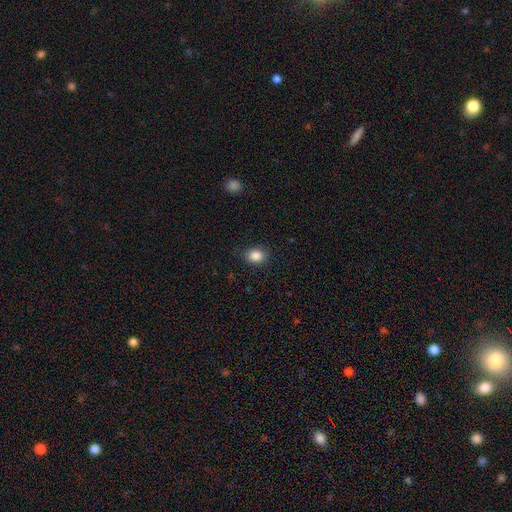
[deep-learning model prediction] smooth_or_featured: smooth (p=0.86) [alt: star or artifact p=0.10]
how_rounded: round (p=0.51) [alt: in between p=0.48]
merging: none (p=0.85) [alt: minor disturbance p=0.11]